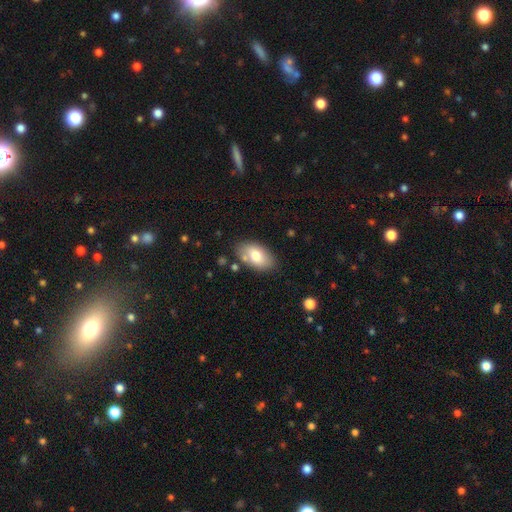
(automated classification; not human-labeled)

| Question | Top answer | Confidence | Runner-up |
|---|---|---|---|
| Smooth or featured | smooth | 73% | featured or disk (20%) |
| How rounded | in between | 93% | round (6%) |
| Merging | none | 77% | minor disturbance (14%) |